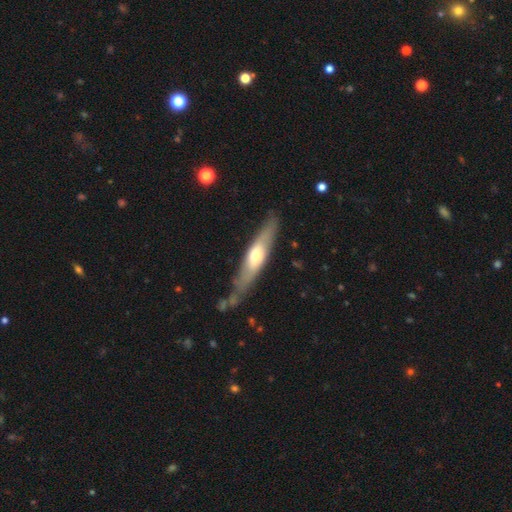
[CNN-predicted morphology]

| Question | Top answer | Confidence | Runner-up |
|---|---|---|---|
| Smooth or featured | featured or disk | 52% | smooth (43%) |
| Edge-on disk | yes | 71% | no (29%) |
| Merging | none | 72% | minor disturbance (19%) |